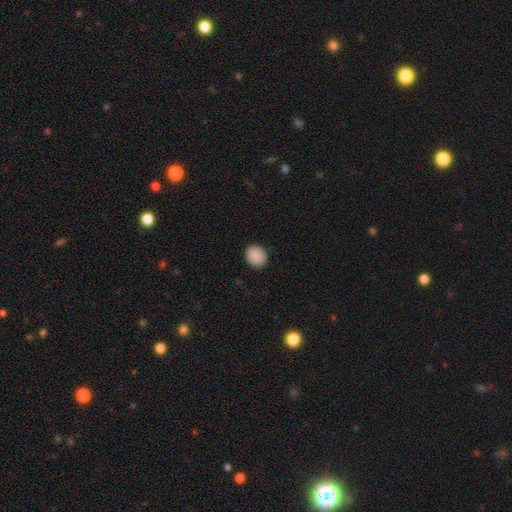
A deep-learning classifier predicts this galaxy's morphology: smooth 90%, star or artifact 8%, featured or disk 3%. Down the decision tree: how rounded — round (70%); merging — none (89%).